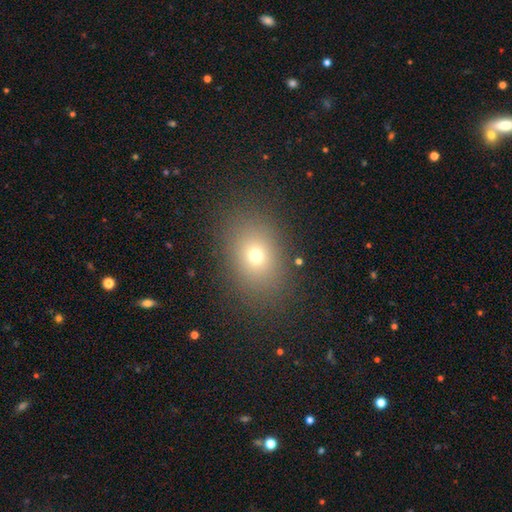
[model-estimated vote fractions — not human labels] Smooth or featured: smooth — 70% (star or artifact — 18%)
How rounded: in between — 64% (round — 35%)
Merging: none — 85% (minor disturbance — 9%)